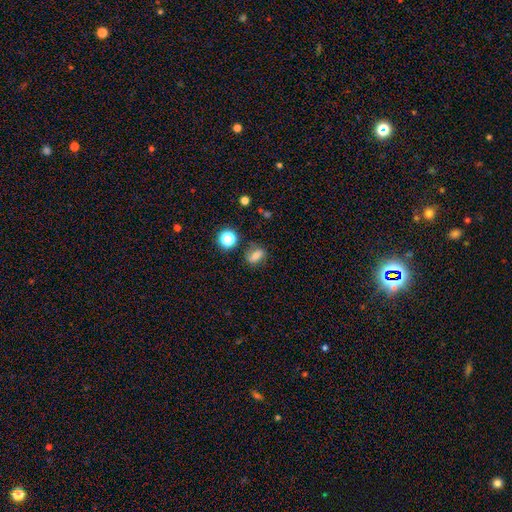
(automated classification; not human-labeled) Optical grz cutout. It shows a smooth galaxy with no disk features (64%) that is in between round and cigar-shaped (59%). Merging: none (74%).